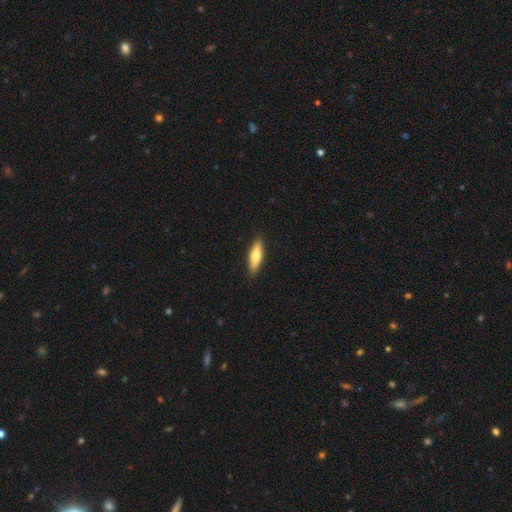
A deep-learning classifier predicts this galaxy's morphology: Q: Smooth or featured?
A: smooth (69%); runner-up: featured or disk (25%)
Q: How rounded?
A: cigar-shaped (57%); runner-up: in between (41%)
Q: Merging?
A: none (89%); runner-up: minor disturbance (8%)